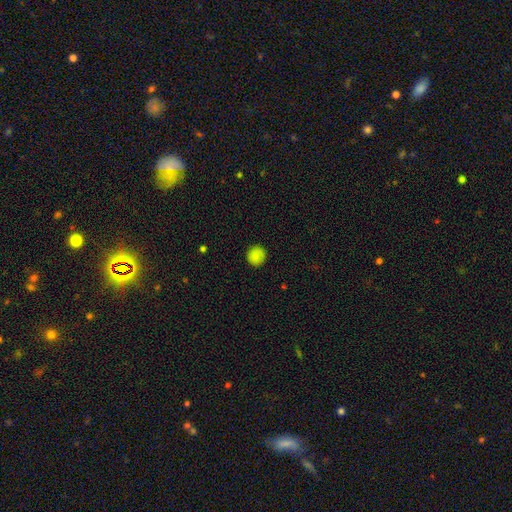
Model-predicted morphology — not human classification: smooth-or-featured: smooth: 85% | star or artifact: 9% | featured or disk: 5%
  how-rounded: round: 92% | in between: 7% | cigar-shaped: 1%
  merging: none: 89% | minor disturbance: 8% | major disturbance: 2% | merger: 1%